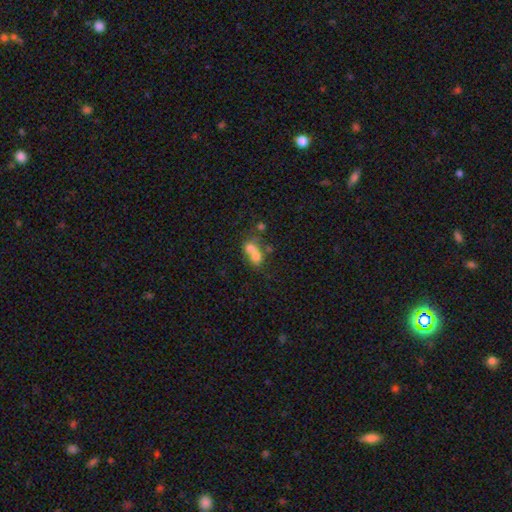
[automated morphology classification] A smooth galaxy with no disk features (66%) that is round (58%). Merging: merger (70%).